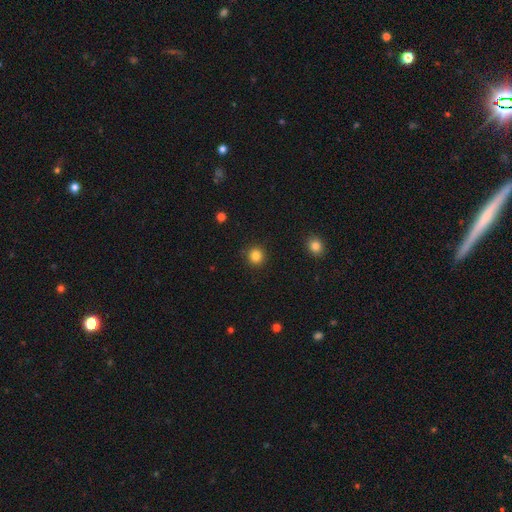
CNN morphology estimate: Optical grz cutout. It shows a smooth galaxy with no disk features (84%) that is round (94%). Merging: none (91%).